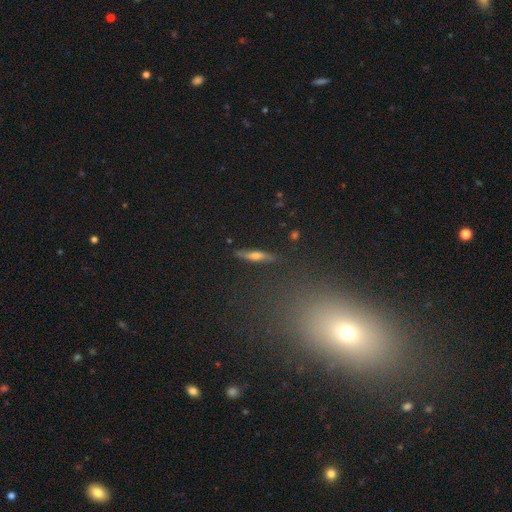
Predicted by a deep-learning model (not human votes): This is possibly a featured or disk galaxy (48%). Merging: clearly none (85%).